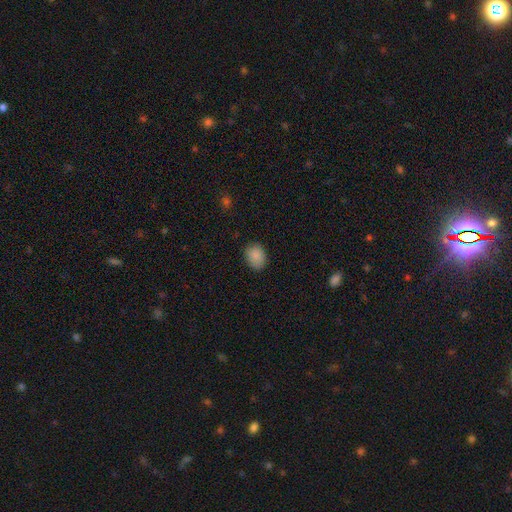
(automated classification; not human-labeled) Smooth or featured?
  - smooth: 88% *
  - star or artifact: 8%
  - featured or disk: 4%
How rounded?
  - in between: 66% *
  - round: 33%
  - cigar-shaped: 1%
Merging?
  - none: 83% *
  - minor disturbance: 13%
  - major disturbance: 3%
  - merger: 1%